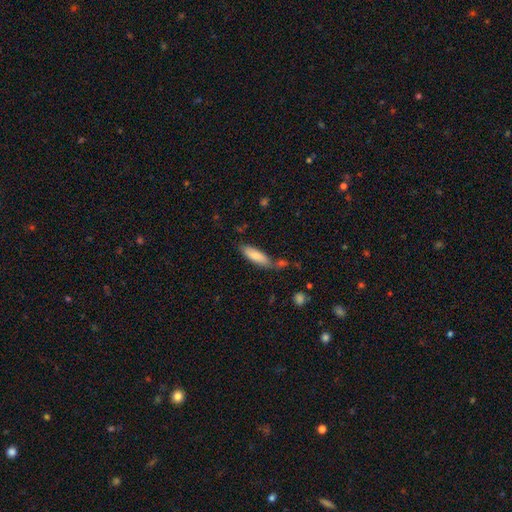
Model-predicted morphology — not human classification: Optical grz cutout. It shows a smooth galaxy with no disk features (80%) that is cigar-shaped (50%). Merging: none (61%).